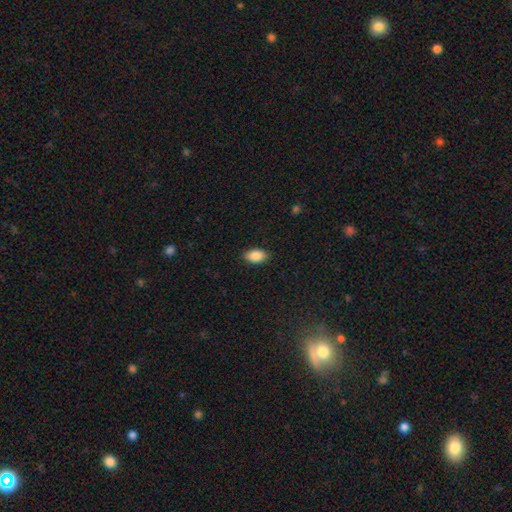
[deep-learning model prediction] Smooth or featured?
  - smooth: 87% *
  - star or artifact: 7%
  - featured or disk: 5%
How rounded?
  - in between: 93% *
  - round: 5%
  - cigar-shaped: 2%
Merging?
  - none: 88% *
  - minor disturbance: 9%
  - major disturbance: 2%
  - merger: 1%